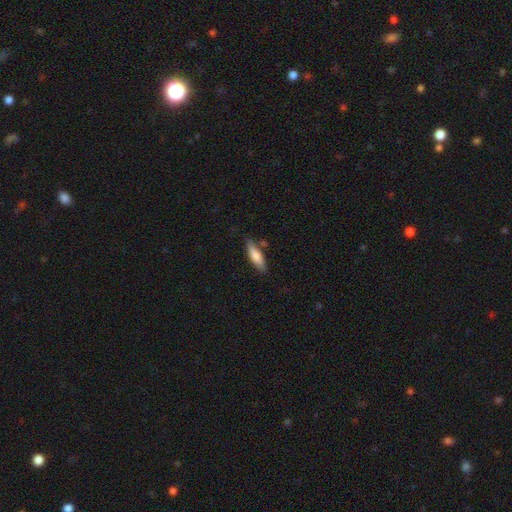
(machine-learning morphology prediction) smooth-or-featured: smooth: 75% | featured or disk: 20% | star or artifact: 6%
  how-rounded: cigar-shaped: 58% | in between: 40% | round: 2%
  merging: none: 75% | minor disturbance: 16% | merger: 6% | major disturbance: 3%